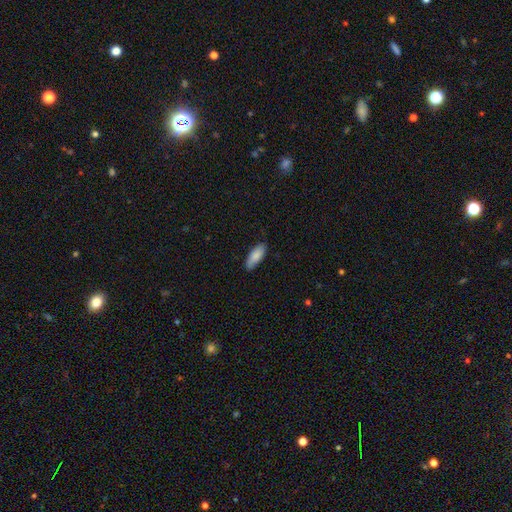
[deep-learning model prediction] Smooth or featured? Predicted: smooth (p=0.86). How rounded? Predicted: in between (p=0.74). Merging? Predicted: none (p=0.82).